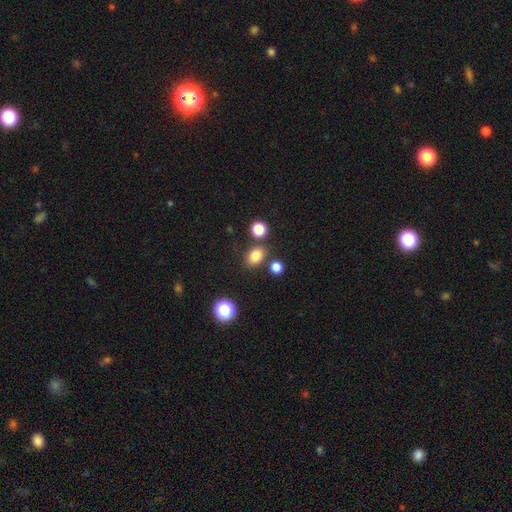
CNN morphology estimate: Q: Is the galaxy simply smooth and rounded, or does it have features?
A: smooth — 81%.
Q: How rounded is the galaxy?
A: in between — 56%.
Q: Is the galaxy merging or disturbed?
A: none — 75%.